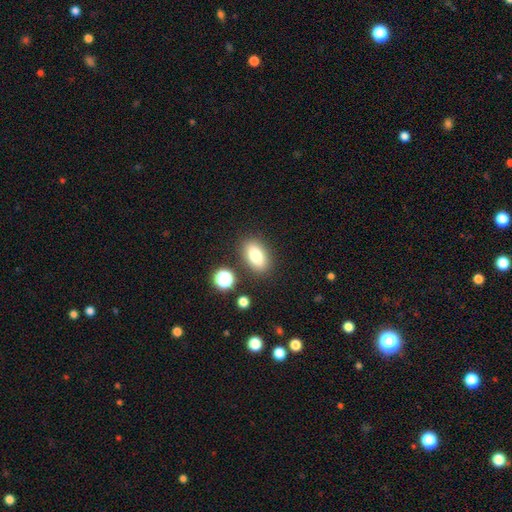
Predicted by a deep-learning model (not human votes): Overall: smooth (80%). How rounded: in between (87%). Merging: none (83%).